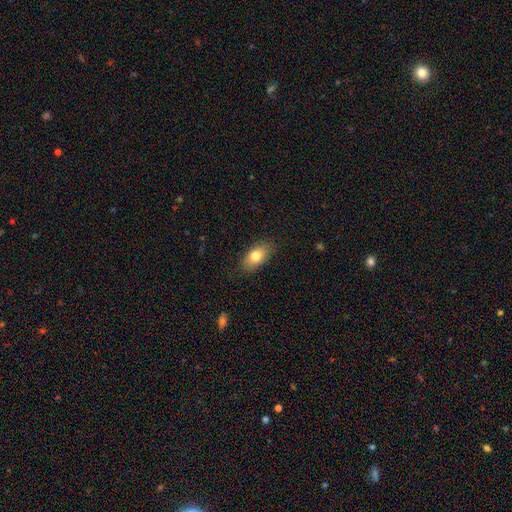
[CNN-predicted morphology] smooth-or-featured: smooth: 77% | featured or disk: 15% | star or artifact: 8%
  how-rounded: in between: 88% | round: 7% | cigar-shaped: 5%
  merging: none: 83% | minor disturbance: 13% | major disturbance: 3% | merger: 1%